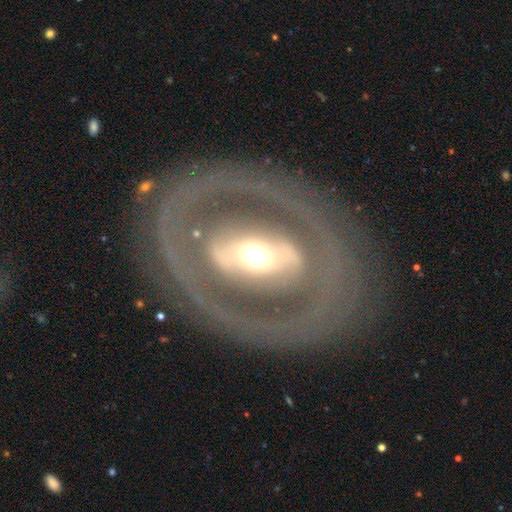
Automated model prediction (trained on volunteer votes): smooth_or_featured: featured or disk (p=0.75) [alt: smooth p=0.19]
disk_edge_on: no (p=0.91) [alt: yes p=0.09]
bar: strong (p=0.45) [alt: no p=0.30]
has_spiral_arms: no (p=0.67) [alt: yes p=0.33]
bulge_size: moderate (p=0.62) [alt: small p=0.18]
merging: none (p=0.78) [alt: minor disturbance p=0.12]